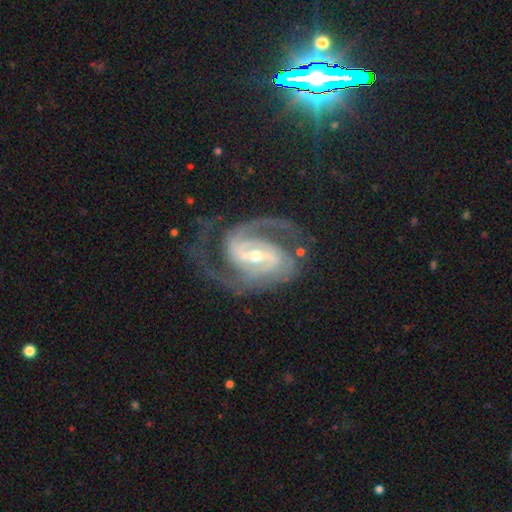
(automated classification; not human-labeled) Q: Smooth or featured?
A: featured or disk (92%); runner-up: star or artifact (5%)
Q: Edge-on disk?
A: no (98%); runner-up: yes (2%)
Q: Bar?
A: strong (43%); runner-up: weak (42%)
Q: Spiral arms?
A: yes (98%); runner-up: no (2%)
Q: Spiral winding?
A: medium (50%); runner-up: tight (39%)
Q: Spiral arm count?
A: 2 (74%); runner-up: 3 (13%)
Q: Bulge size?
A: moderate (56%); runner-up: small (39%)
Q: Merging?
A: none (66%); runner-up: minor disturbance (18%)